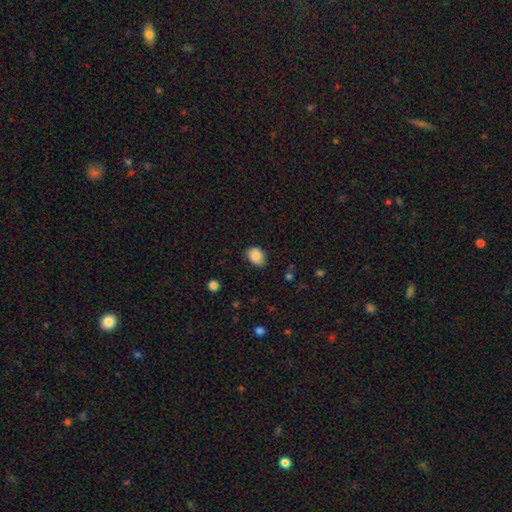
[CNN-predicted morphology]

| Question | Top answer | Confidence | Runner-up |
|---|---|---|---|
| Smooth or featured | smooth | 83% | featured or disk (9%) |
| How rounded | in between | 73% | round (26%) |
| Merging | none | 69% | minor disturbance (25%) |